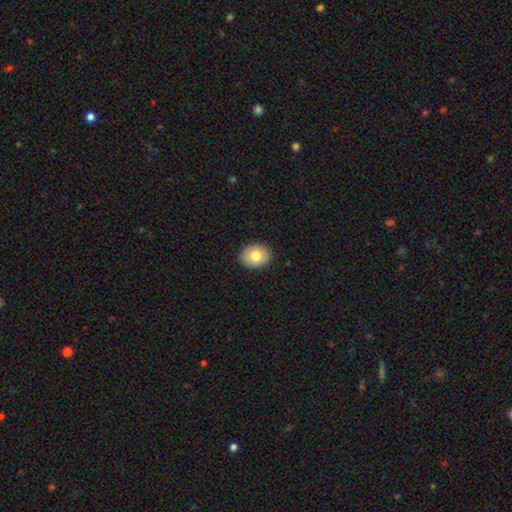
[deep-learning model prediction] A smooth galaxy with no disk features (78%) that is round (56%).

Vote fractions:
- Smooth or featured? smooth: 78% / featured or disk: 13% / star or artifact: 8%
- How rounded? round: 56% / in between: 43% / cigar-shaped: 1%
- Merging? none: 90% / minor disturbance: 7% / major disturbance: 2% / merger: 1%